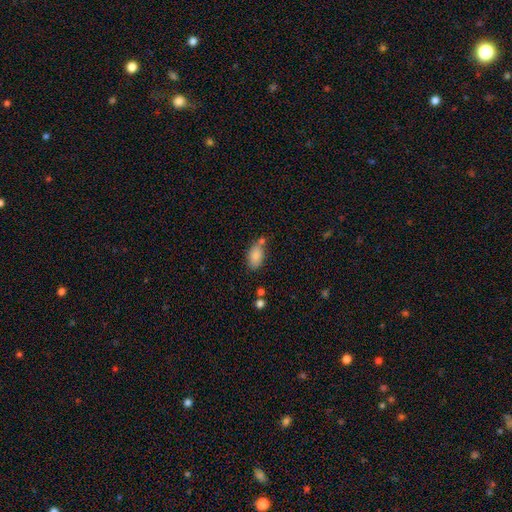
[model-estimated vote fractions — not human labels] The model was most divided on "merging": none: 58%, minor disturbance: 19%, merger: 18%, major disturbance: 5%. More confident: how rounded — in between (91%); smooth or featured — smooth (85%).